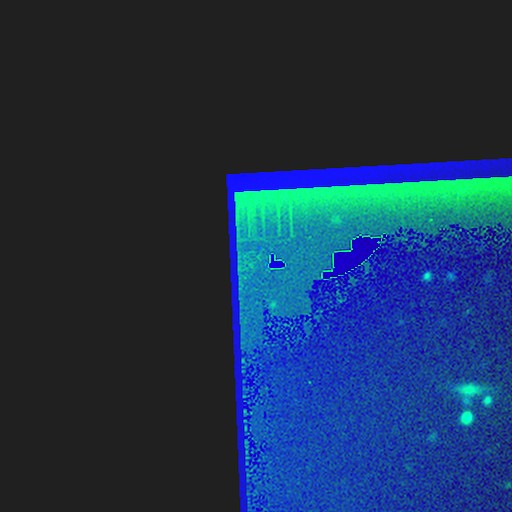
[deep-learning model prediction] Smooth or featured? Predicted: star or artifact (p=0.87).